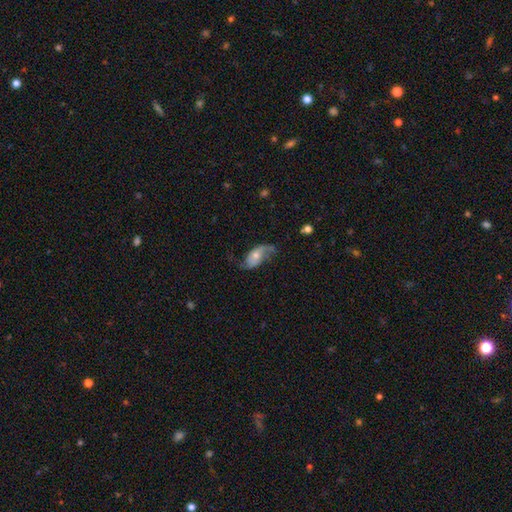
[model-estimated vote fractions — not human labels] The model was most divided on "bulge size": moderate: 52%, small: 40%, large: 4%, none: 3%, dominant: 1%. More confident: edge-on disk — no (93%); spiral arms — yes (88%); spiral arm count — 2 (81%); spiral winding — loose (68%); smooth or featured — featured or disk (67%); bar — no (67%); merging — none (54%).